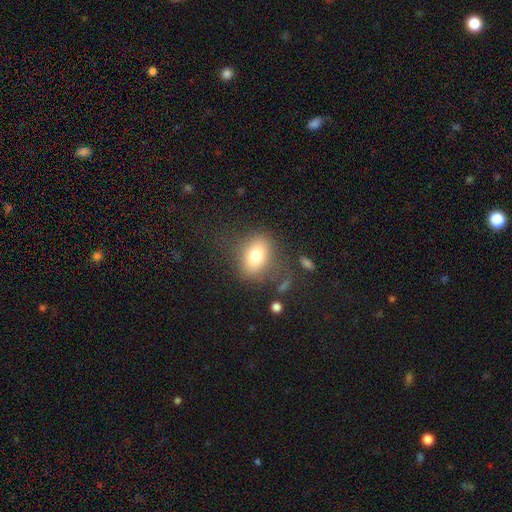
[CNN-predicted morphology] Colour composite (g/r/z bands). It shows a smooth galaxy with no disk features (73%) that is in between round and cigar-shaped (61%). Merging: none (69%).